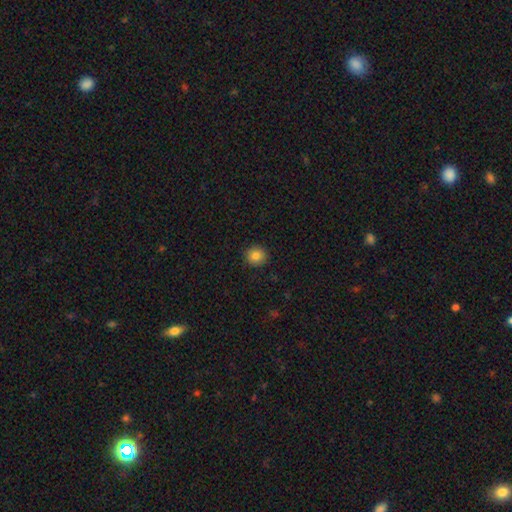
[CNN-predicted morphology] smooth_or_featured: smooth (p=0.83) [alt: star or artifact p=0.10]
how_rounded: round (p=0.93) [alt: in between p=0.06]
merging: none (p=0.92) [alt: minor disturbance p=0.05]